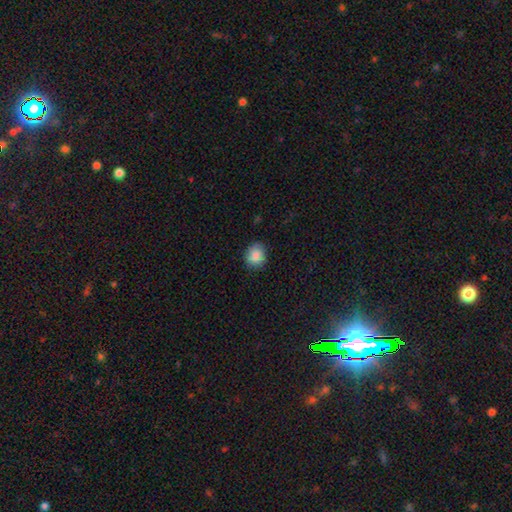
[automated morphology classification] Smooth or featured? smooth (87%)
How rounded? round (70%)
Merging? none (80%)